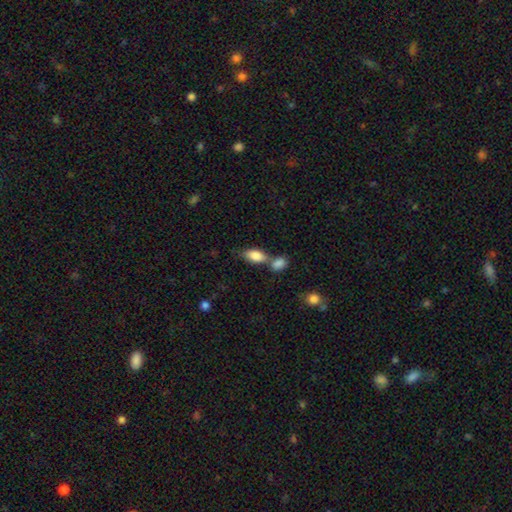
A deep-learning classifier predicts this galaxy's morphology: type=smooth (84%); roundness=in between (89%); merging=merger (47%).